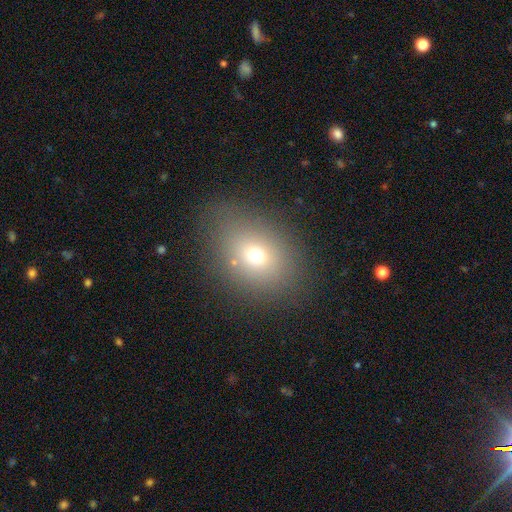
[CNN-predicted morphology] type=smooth (68%); roundness=in between (63%); merging=none (81%).